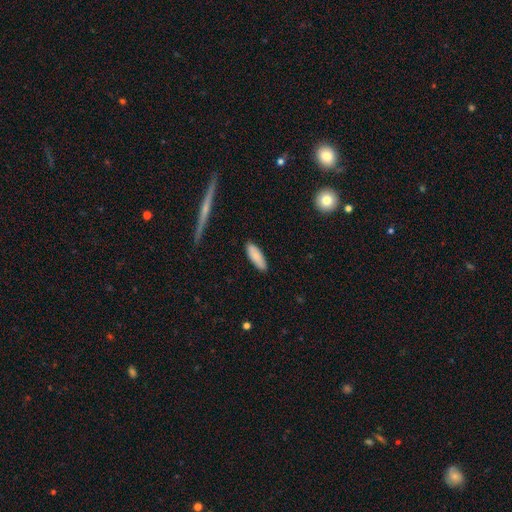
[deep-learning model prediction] Q: Smooth or featured?
A: smooth (86%); runner-up: featured or disk (8%)
Q: How rounded?
A: in between (62%); runner-up: cigar-shaped (36%)
Q: Merging?
A: none (88%); runner-up: minor disturbance (9%)